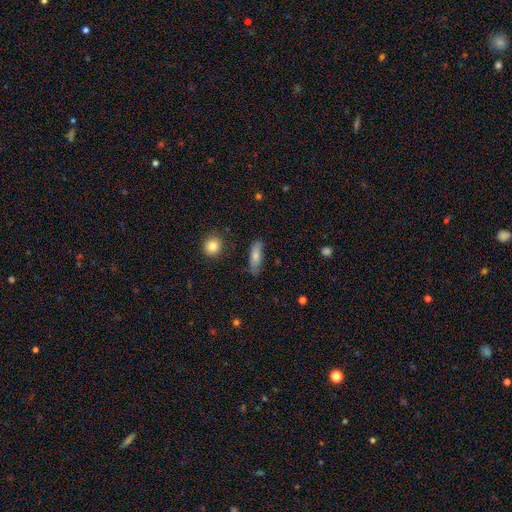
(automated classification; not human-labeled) Overall: smooth (74%). How rounded: in between (52%; cigar-shaped 44%). Merging: none (77%).